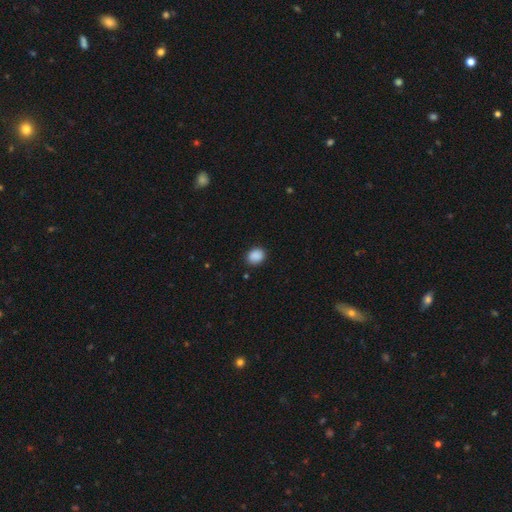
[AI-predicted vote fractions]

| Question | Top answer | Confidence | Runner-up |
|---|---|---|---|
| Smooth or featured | smooth | 89% | star or artifact (9%) |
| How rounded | round | 53% | in between (46%) |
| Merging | none | 88% | minor disturbance (9%) |